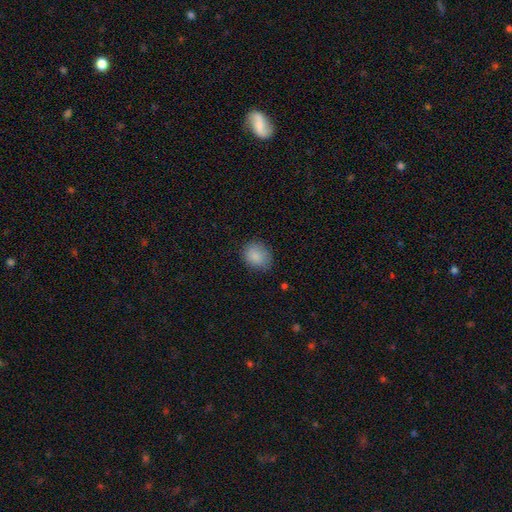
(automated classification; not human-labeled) Smooth or featured?
  - smooth: 87% *
  - star or artifact: 8%
  - featured or disk: 5%
How rounded?
  - round: 50% *
  - in between: 49%
  - cigar-shaped: 1%
Merging?
  - none: 80% *
  - minor disturbance: 15%
  - major disturbance: 3%
  - merger: 1%